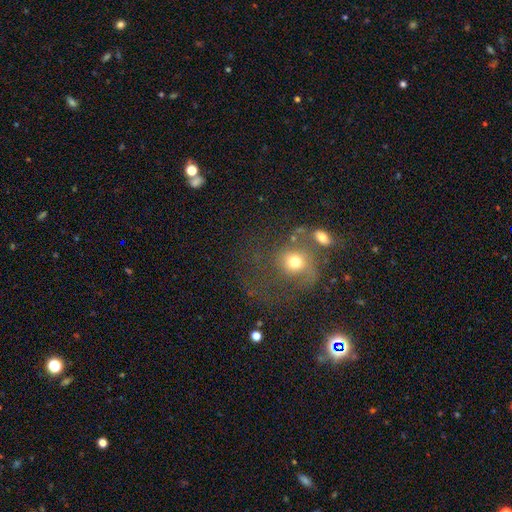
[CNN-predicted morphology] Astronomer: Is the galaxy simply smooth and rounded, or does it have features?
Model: featured or disk — 43% (runner-up: smooth, 36%).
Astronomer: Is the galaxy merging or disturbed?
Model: none — 40% (runner-up: merger, 28%).